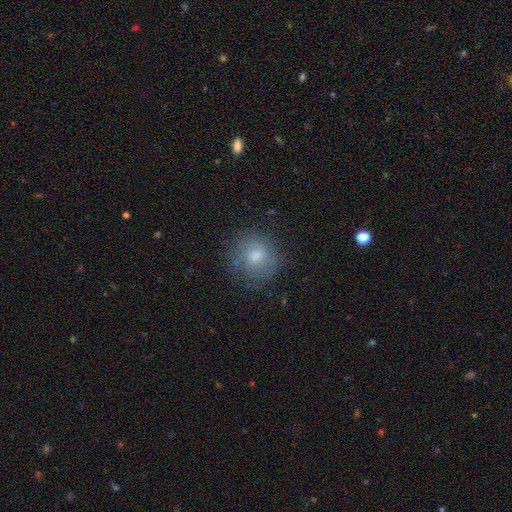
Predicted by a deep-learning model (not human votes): A smooth galaxy with no disk features (69%) that is round (86%).

Vote fractions:
- Smooth or featured? smooth: 69% / featured or disk: 19% / star or artifact: 12%
- How rounded? round: 86% / in between: 13% / cigar-shaped: 1%
- Merging? none: 79% / minor disturbance: 14% / major disturbance: 6% / merger: 1%